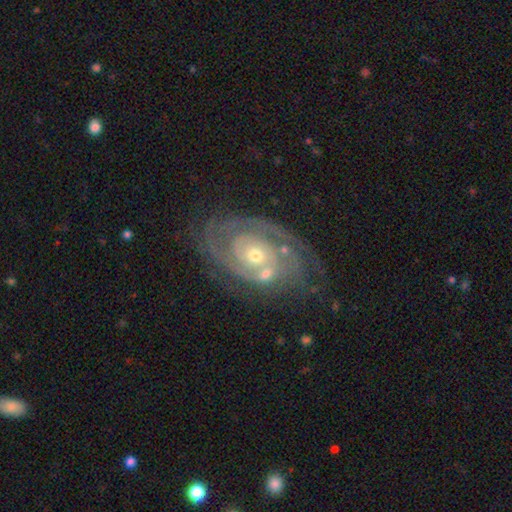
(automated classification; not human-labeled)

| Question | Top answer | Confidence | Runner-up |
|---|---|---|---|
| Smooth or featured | featured or disk | 88% | smooth (6%) |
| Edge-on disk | no | 97% | yes (3%) |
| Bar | no | 79% | weak (16%) |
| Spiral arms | yes | 95% | no (5%) |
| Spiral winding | tight | 72% | medium (22%) |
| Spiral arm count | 2 | 51% | can't tell (18%) |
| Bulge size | small | 52% | moderate (44%) |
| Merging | none | 64% | minor disturbance (18%) |